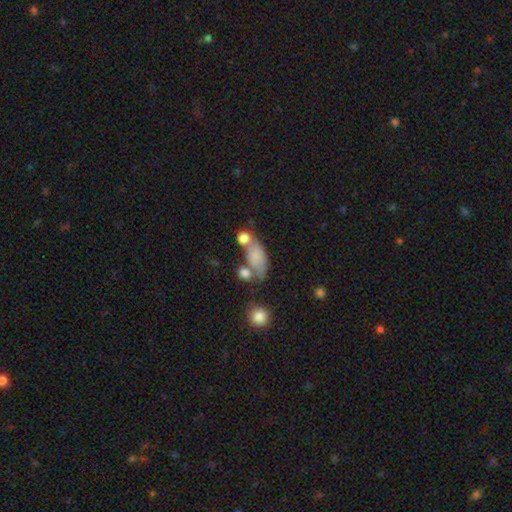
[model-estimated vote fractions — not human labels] smooth 71%, featured or disk 19%, star or artifact 10%. Down the decision tree: how rounded — in between (83%); merging — merger (33%, tied with none).